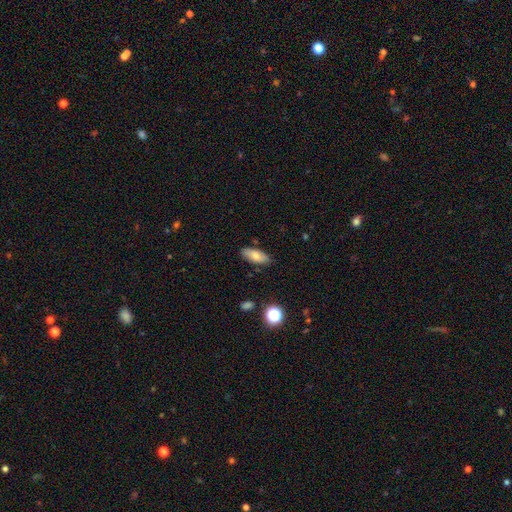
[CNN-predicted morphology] type=smooth (75%); roundness=in between (81%); merging=none (83%).